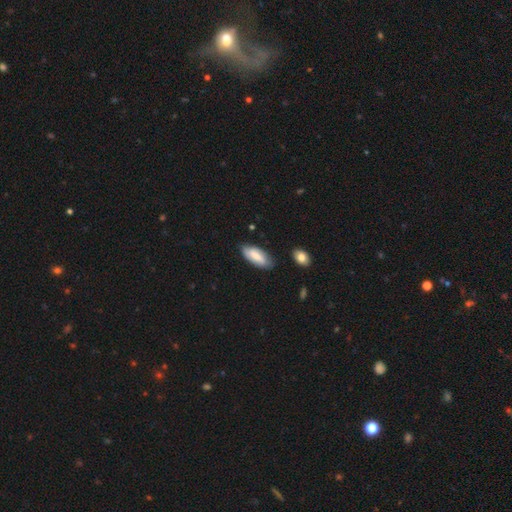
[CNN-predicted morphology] This is likely a smooth galaxy (74%). How rounded: clearly in between (84%). Merging: likely none (75%).